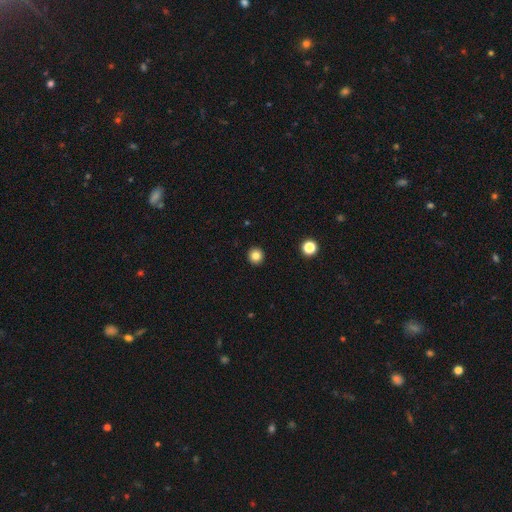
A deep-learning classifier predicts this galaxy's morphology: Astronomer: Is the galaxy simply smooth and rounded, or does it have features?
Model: smooth — 83%.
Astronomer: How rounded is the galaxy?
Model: round — 95%.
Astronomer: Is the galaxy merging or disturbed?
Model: none — 93%.